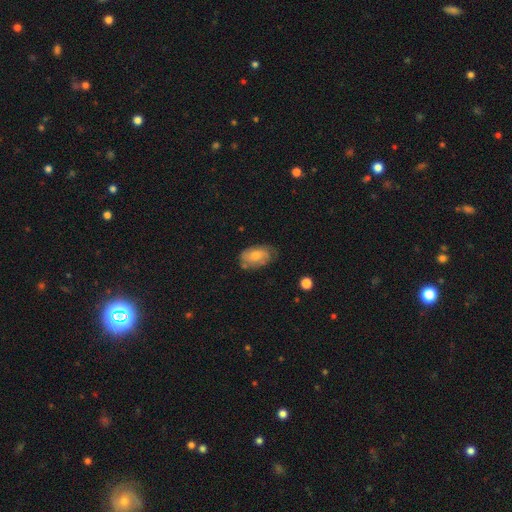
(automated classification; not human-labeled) This is possibly a smooth galaxy (56%). How rounded: clearly in between (90%). Merging: likely none (63%).